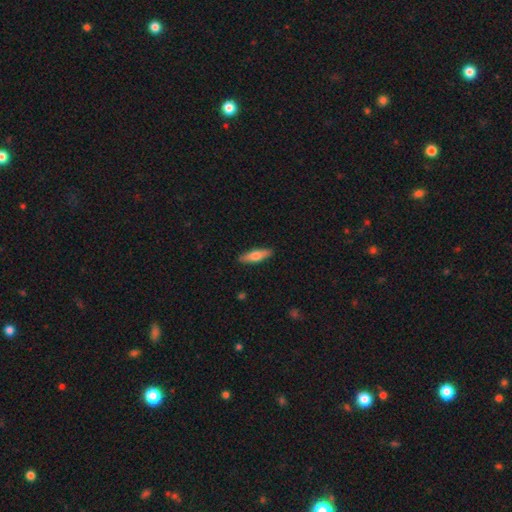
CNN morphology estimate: type=smooth (64%); roundness=cigar-shaped (60%); merging=none (90%).